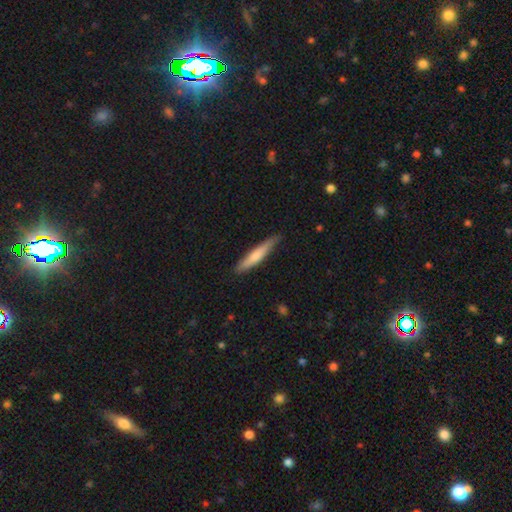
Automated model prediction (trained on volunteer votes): Smooth or featured?
  - smooth: 66% *
  - featured or disk: 29%
  - star or artifact: 5%
How rounded?
  - cigar-shaped: 91% *
  - in between: 8%
  - round: 1%
Merging?
  - none: 79% *
  - minor disturbance: 17%
  - major disturbance: 2%
  - merger: 1%